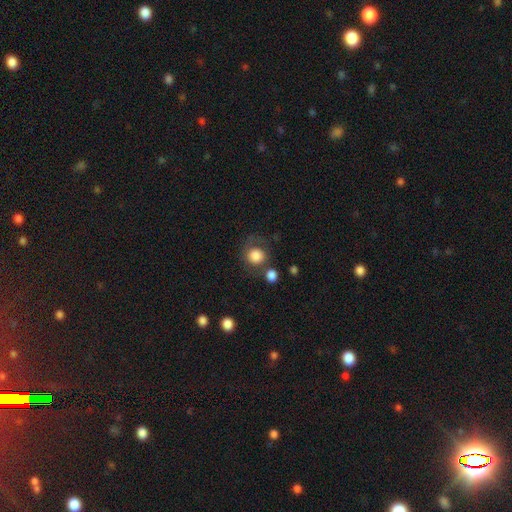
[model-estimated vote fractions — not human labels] smooth 80%, featured or disk 11%, star or artifact 9%. Down the decision tree: how rounded — round (84%); merging — none (55%).